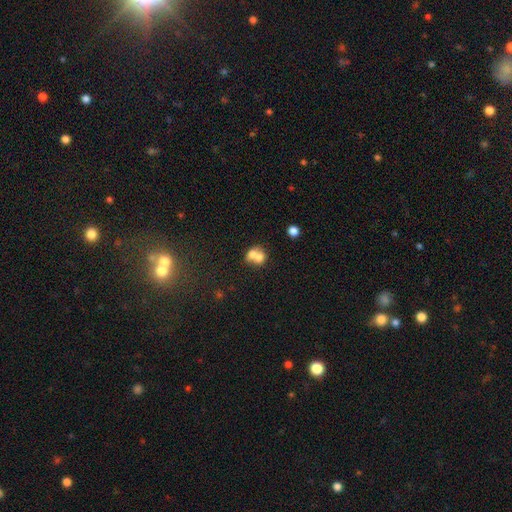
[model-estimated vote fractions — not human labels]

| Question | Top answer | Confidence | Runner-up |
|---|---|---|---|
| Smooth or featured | smooth | 68% | featured or disk (22%) |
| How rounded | round | 63% | in between (36%) |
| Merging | merger | 68% | none (22%) |